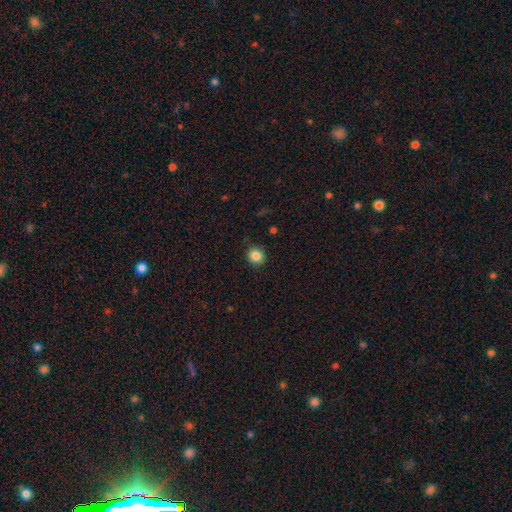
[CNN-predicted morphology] Smooth or featured?
  - smooth: 85% *
  - star or artifact: 10%
  - featured or disk: 5%
How rounded?
  - round: 89% *
  - in between: 10%
  - cigar-shaped: 1%
Merging?
  - none: 90% *
  - minor disturbance: 7%
  - major disturbance: 2%
  - merger: 1%